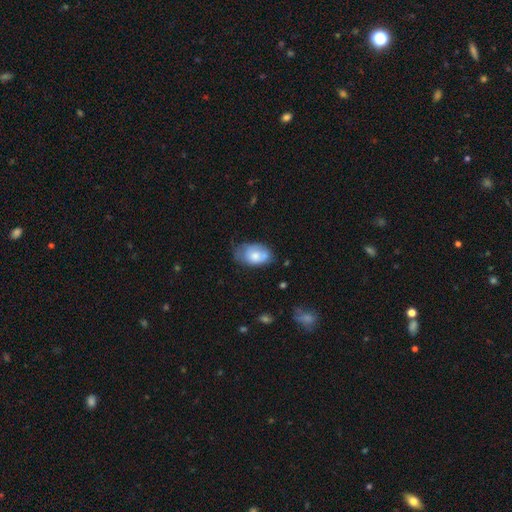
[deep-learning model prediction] smooth_or_featured: smooth (p=0.67) [alt: featured or disk p=0.26]
how_rounded: in between (p=0.89) [alt: round p=0.09]
merging: none (p=0.46) [alt: minor disturbance p=0.38]